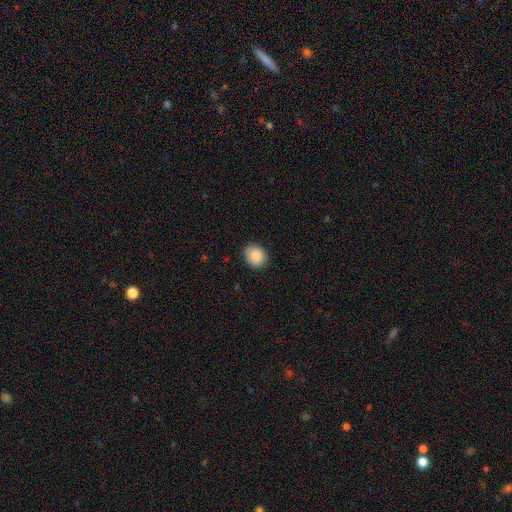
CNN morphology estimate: Overall: smooth (88%). How rounded: round (67%; in between 32%). Merging: none (86%).